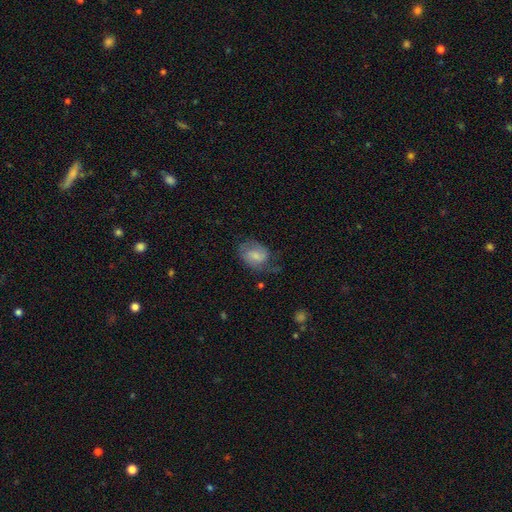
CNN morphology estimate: type=smooth (52%); roundness=in between (71%); merging=none (44%).